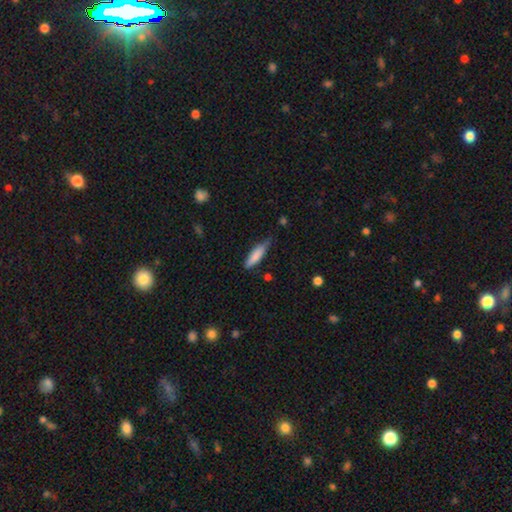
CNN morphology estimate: Q: Smooth or featured?
A: smooth (83%); runner-up: featured or disk (11%)
Q: How rounded?
A: cigar-shaped (63%); runner-up: in between (36%)
Q: Merging?
A: none (61%); runner-up: minor disturbance (32%)